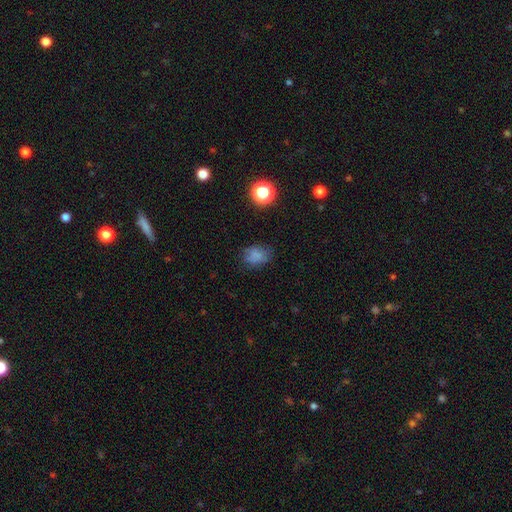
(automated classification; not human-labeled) This is likely a smooth galaxy (75%). How rounded: likely in between (61%). Merging: likely none (66%).